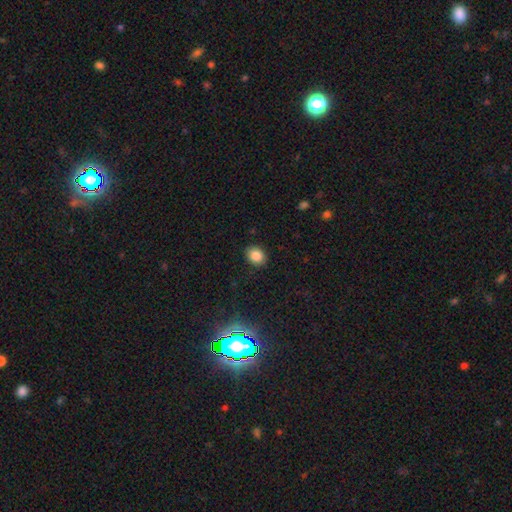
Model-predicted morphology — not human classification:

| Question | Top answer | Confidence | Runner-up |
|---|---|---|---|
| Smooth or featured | smooth | 85% | star or artifact (10%) |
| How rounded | round | 54% | in between (45%) |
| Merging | none | 89% | minor disturbance (8%) |